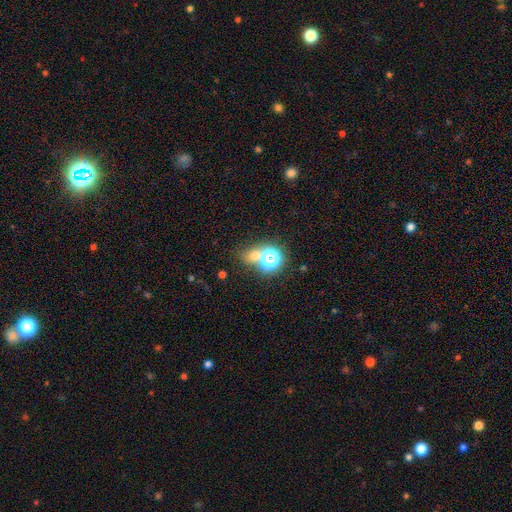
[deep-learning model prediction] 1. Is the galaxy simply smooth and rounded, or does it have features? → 54% smooth, 37% star or artifact, 8% featured or disk.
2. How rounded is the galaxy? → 71% round, 28% in between, 1% cigar-shaped.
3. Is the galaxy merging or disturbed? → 59% none, 28% merger, 8% minor disturbance, 5% major disturbance.